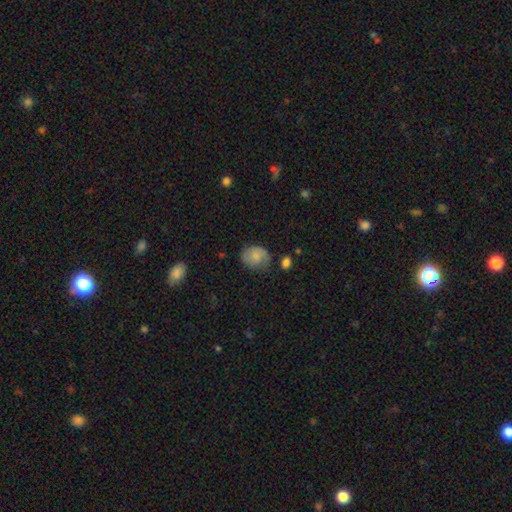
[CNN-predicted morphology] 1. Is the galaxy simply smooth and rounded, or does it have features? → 62% smooth, 30% featured or disk, 8% star or artifact.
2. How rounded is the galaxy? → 55% round, 44% in between, 1% cigar-shaped.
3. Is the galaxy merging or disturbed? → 59% none, 28% minor disturbance, 10% major disturbance, 3% merger.